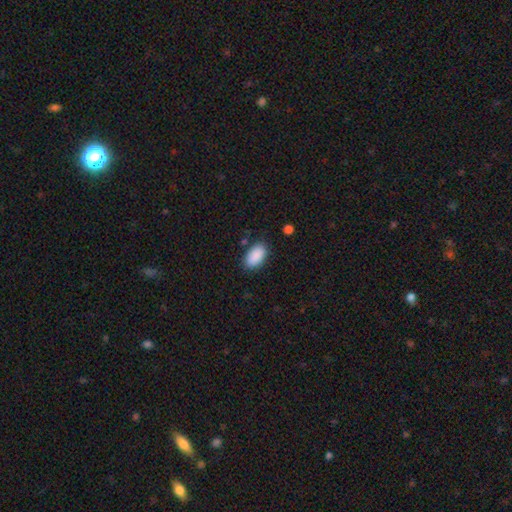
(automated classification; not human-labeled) This is clearly a smooth galaxy (90%). How rounded: clearly in between (94%). Merging: clearly none (84%).